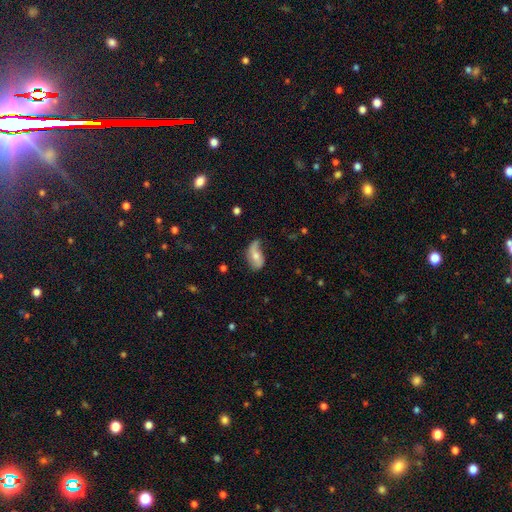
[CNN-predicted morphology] Q: Smooth or featured?
A: featured or disk (51%); runner-up: smooth (42%)
Q: Edge-on disk?
A: no (93%); runner-up: yes (7%)
Q: Merging?
A: none (39%); runner-up: minor disturbance (38%)